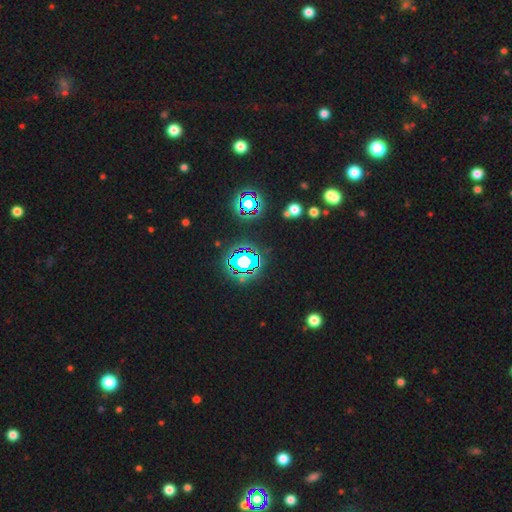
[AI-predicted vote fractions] Morphology: type=star or artifact (82%).